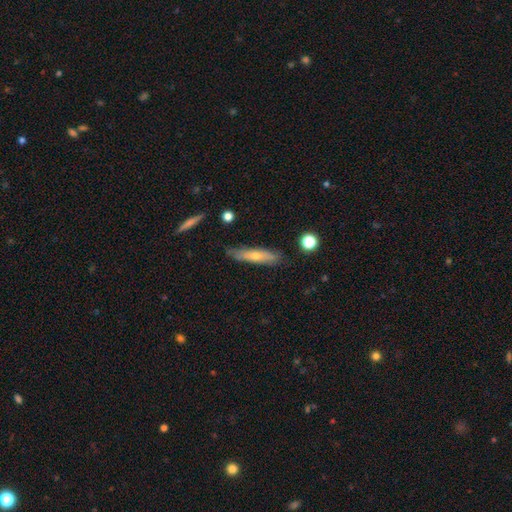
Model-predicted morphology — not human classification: Q: Smooth or featured?
A: smooth (51%); runner-up: featured or disk (42%)
Q: How rounded?
A: cigar-shaped (83%); runner-up: in between (15%)
Q: Merging?
A: none (81%); runner-up: minor disturbance (14%)